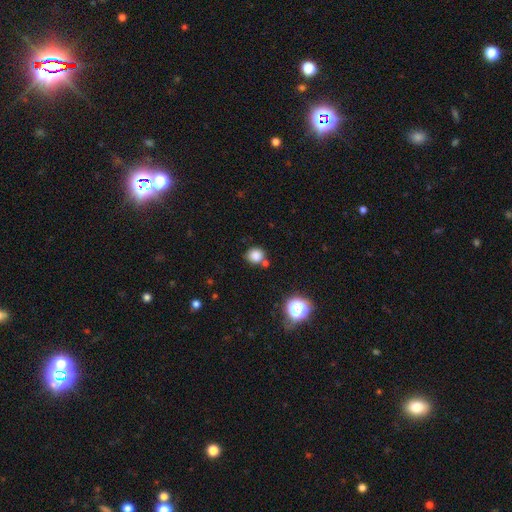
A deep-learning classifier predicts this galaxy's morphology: Smooth or featured? smooth (82%)
How rounded? round (82%)
Merging? none (72%)